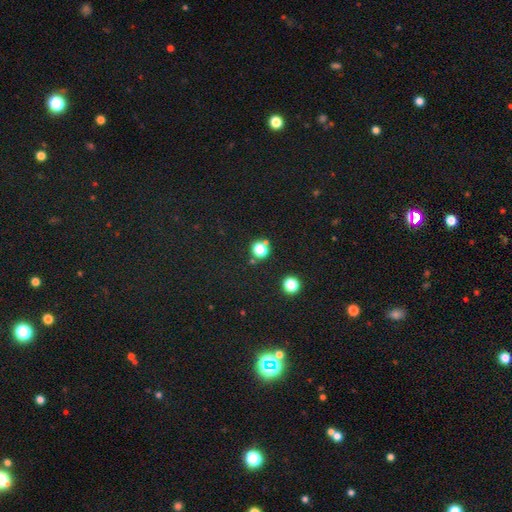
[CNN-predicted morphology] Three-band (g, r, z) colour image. It shows a star or artifact, not a galaxy (69%).